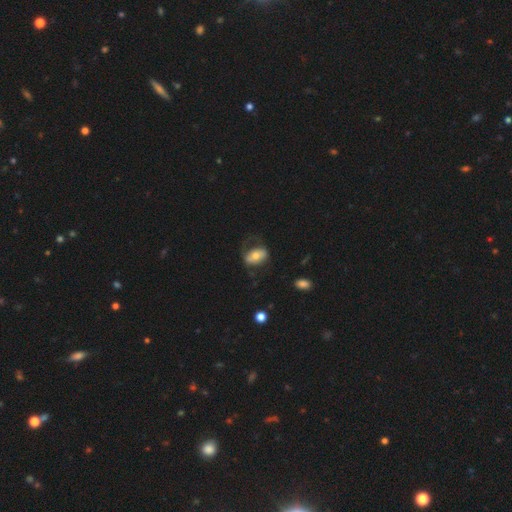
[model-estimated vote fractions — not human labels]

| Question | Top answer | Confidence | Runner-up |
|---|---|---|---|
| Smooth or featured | smooth | 54% | featured or disk (39%) |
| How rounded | in between | 86% | round (10%) |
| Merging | none | 46% | major disturbance (28%) |